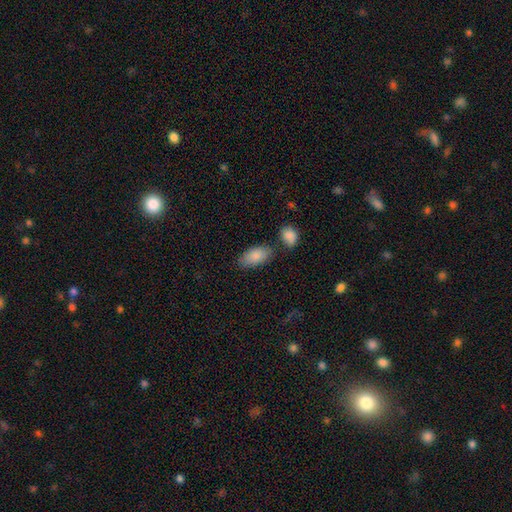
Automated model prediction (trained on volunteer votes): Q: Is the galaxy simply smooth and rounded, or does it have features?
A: smooth — 87%.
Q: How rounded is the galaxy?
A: in between — 93%.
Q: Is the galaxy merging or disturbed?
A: none — 72%.